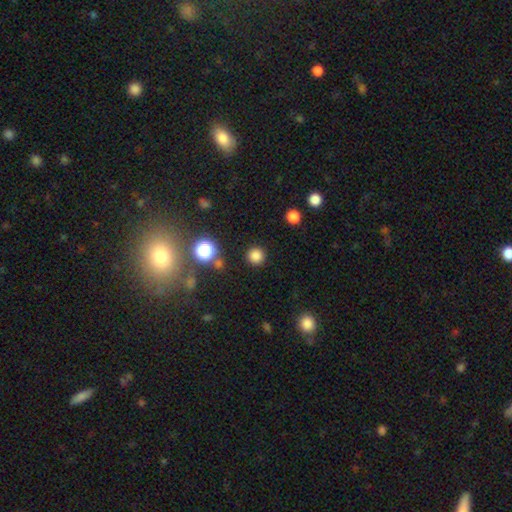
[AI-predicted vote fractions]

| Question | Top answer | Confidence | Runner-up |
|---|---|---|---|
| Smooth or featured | smooth | 80% | star or artifact (16%) |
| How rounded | round | 94% | in between (5%) |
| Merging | none | 89% | minor disturbance (6%) |